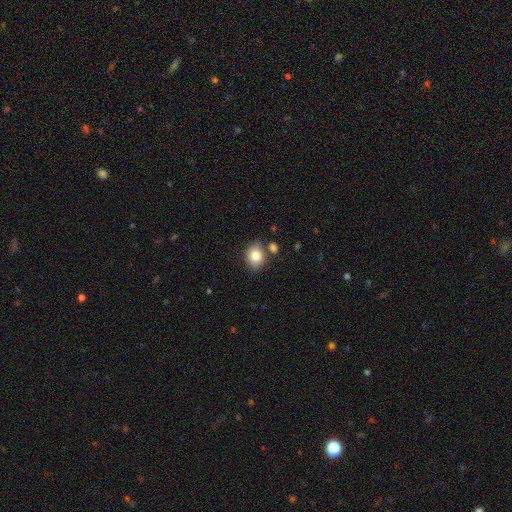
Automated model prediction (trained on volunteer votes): smooth_or_featured: smooth (p=0.82) [alt: featured or disk p=0.09]
how_rounded: in between (p=0.51) [alt: round p=0.48]
merging: none (p=0.74) [alt: minor disturbance p=0.13]